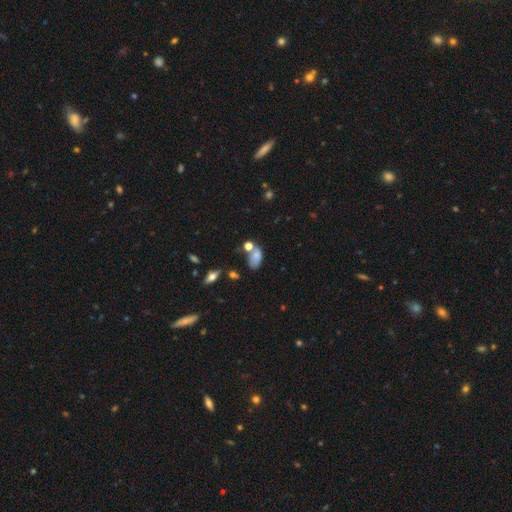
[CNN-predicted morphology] A smooth galaxy with no disk features (70%) that is in between round and cigar-shaped (88%). Merging: none (38%).